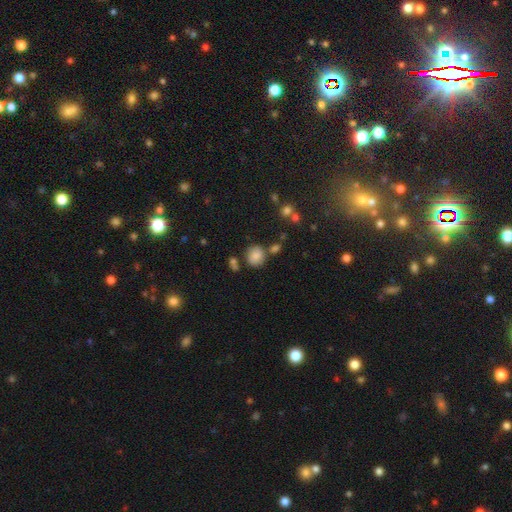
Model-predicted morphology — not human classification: This appears to be a smooth galaxy with no disk features (80%) that is round (76%). Merging: none (68%).